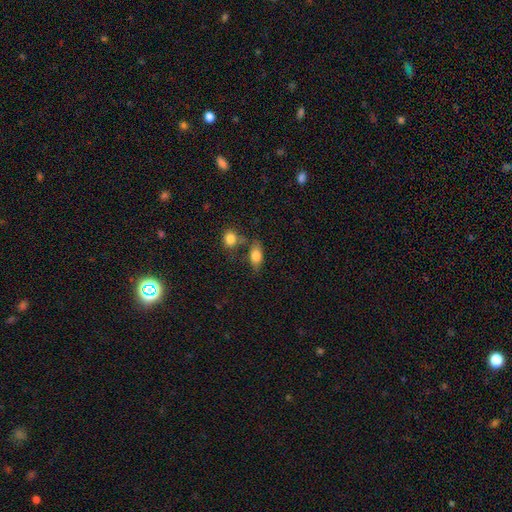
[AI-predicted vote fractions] Smooth or featured? Predicted: smooth (p=0.80). How rounded? Predicted: in between (p=0.85). Merging? Predicted: none (p=0.59).